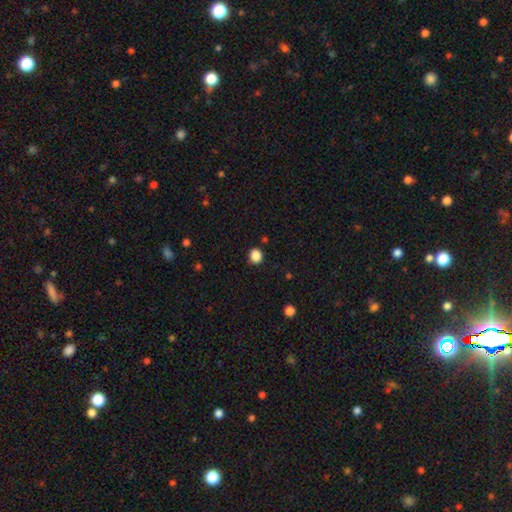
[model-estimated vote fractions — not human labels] Smooth or featured? smooth (86%)
How rounded? round (82%)
Merging? none (88%)